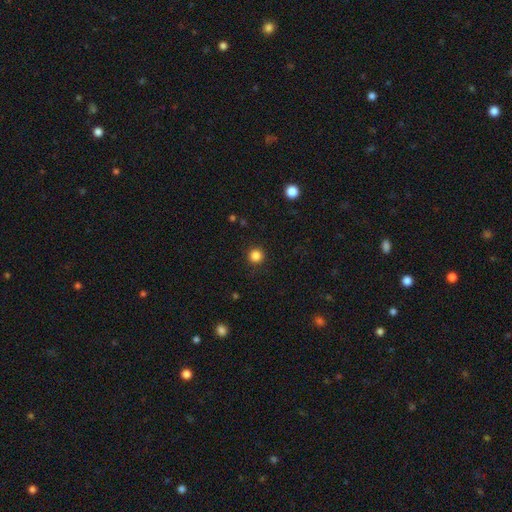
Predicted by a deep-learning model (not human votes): This is clearly a smooth galaxy (84%). How rounded: clearly round (96%). Merging: clearly none (92%).